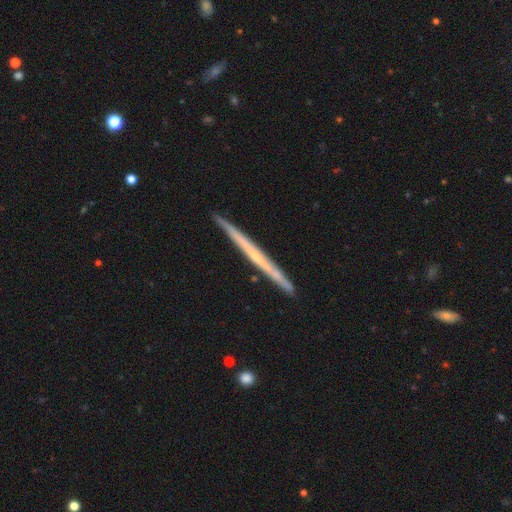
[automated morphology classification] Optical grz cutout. It shows a featured or disk galaxy (64%) viewed edge-on (97%) with no central bulge (83%). Merging: none (89%).